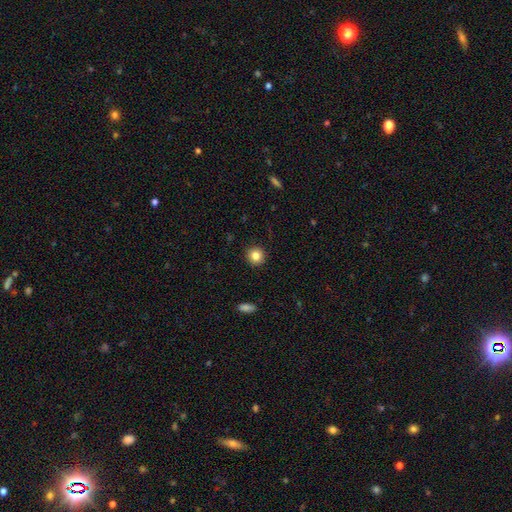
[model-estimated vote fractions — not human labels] Q: Smooth or featured?
A: smooth (83%); runner-up: star or artifact (10%)
Q: How rounded?
A: round (93%); runner-up: in between (6%)
Q: Merging?
A: none (92%); runner-up: minor disturbance (5%)